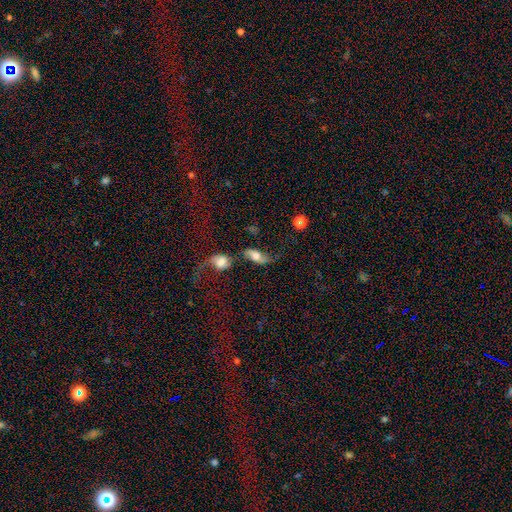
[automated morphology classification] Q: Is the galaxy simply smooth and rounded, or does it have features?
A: featured or disk — 57%.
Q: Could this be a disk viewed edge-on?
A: no — 90%.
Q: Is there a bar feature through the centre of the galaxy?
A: no — 59%.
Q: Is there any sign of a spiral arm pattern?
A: yes — 87%.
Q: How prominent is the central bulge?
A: moderate — 38%.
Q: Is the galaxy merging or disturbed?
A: none — 36%.